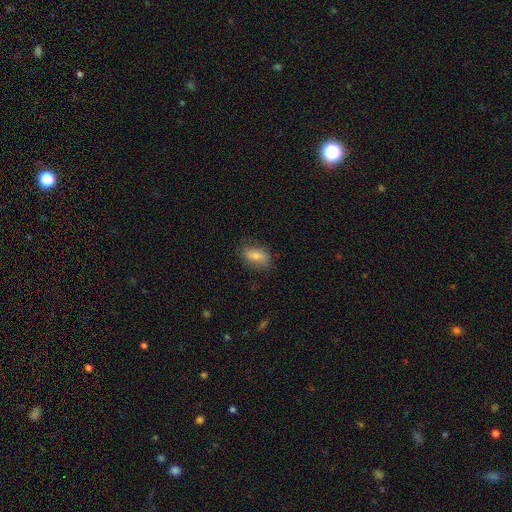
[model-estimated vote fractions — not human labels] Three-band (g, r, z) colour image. It shows a smooth galaxy with no disk features (79%) that is in between round and cigar-shaped (87%). Merging: none (76%).